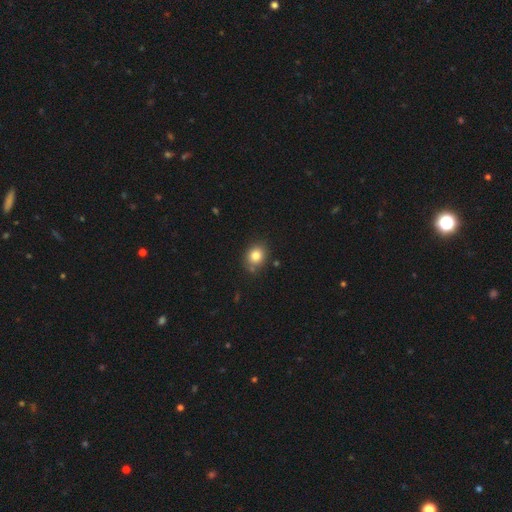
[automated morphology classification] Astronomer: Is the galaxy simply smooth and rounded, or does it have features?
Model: smooth — 82%.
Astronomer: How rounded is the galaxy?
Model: round — 59% (runner-up: in between, 40%).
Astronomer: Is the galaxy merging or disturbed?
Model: none — 80%.